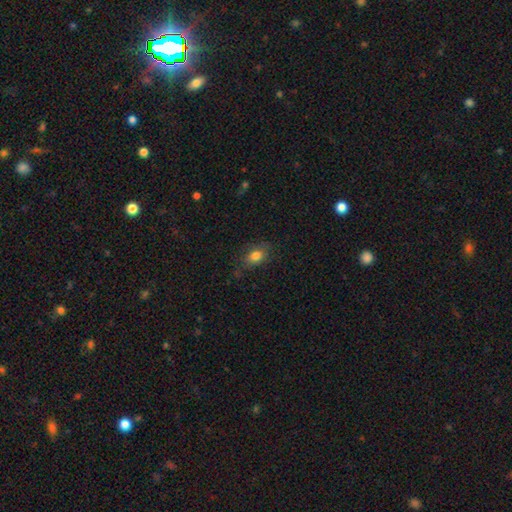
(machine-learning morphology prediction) smooth-or-featured: smooth: 81% | featured or disk: 10% | star or artifact: 10%
  how-rounded: in between: 75% | round: 22% | cigar-shaped: 2%
  merging: none: 73% | minor disturbance: 20% | major disturbance: 6% | merger: 2%